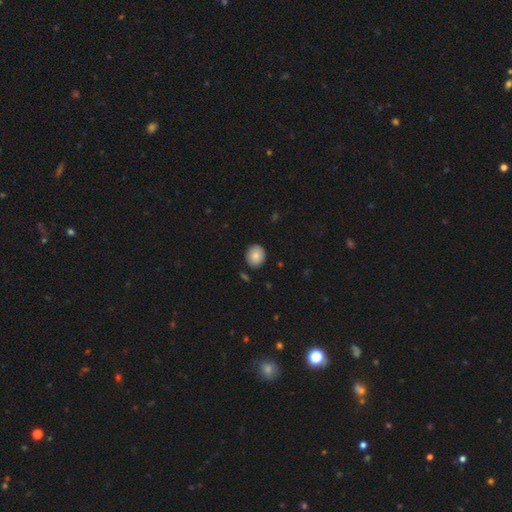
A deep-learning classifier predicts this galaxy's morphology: Smooth or featured? Predicted: smooth (p=0.84). How rounded? Predicted: round (p=0.73). Merging? Predicted: none (p=0.88).